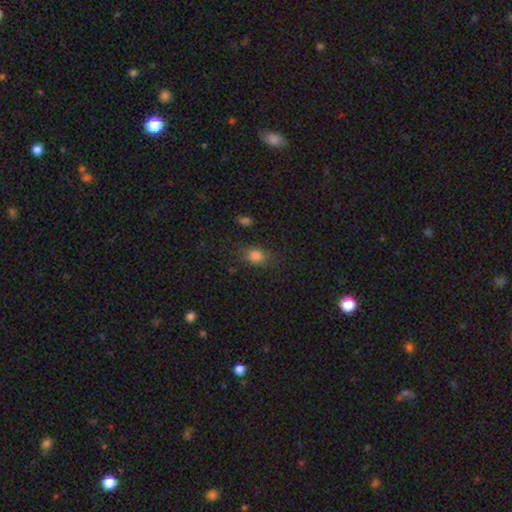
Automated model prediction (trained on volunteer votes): Smooth or featured? Predicted: smooth (p=0.81). How rounded? Predicted: in between (p=0.55). Merging? Predicted: none (p=0.74).